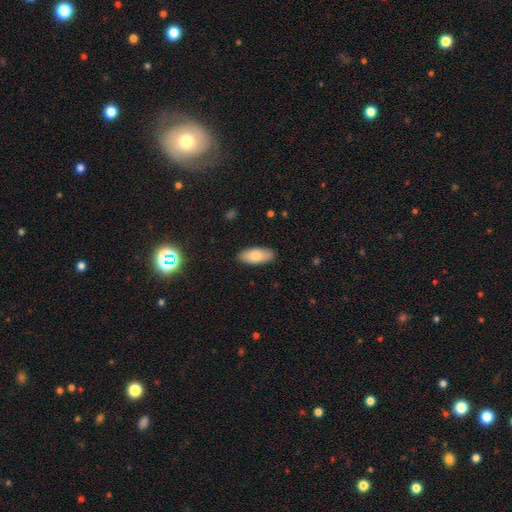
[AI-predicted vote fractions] Smooth or featured: smooth — 80% (featured or disk — 14%)
How rounded: in between — 87% (cigar-shaped — 11%)
Merging: none — 87% (minor disturbance — 10%)